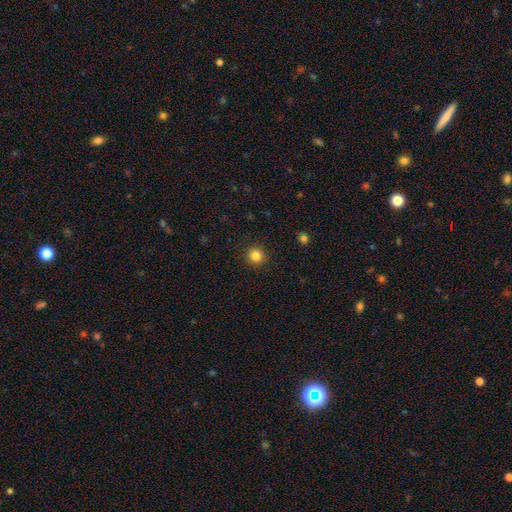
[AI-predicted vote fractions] This is clearly a smooth galaxy (84%). How rounded: clearly round (93%). Merging: clearly none (92%).